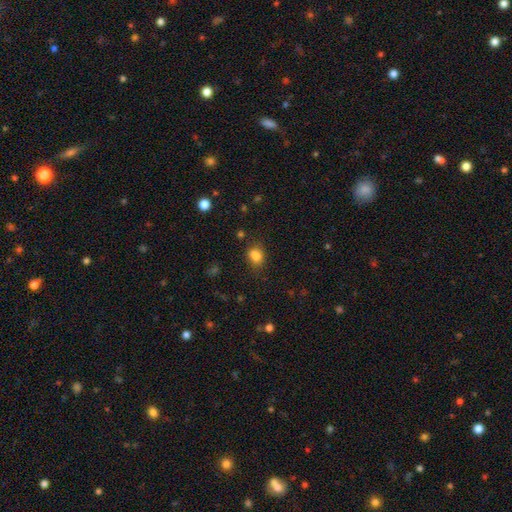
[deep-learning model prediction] A smooth galaxy with no disk features (81%) that is in between round and cigar-shaped (59%). Merging: none (63%).